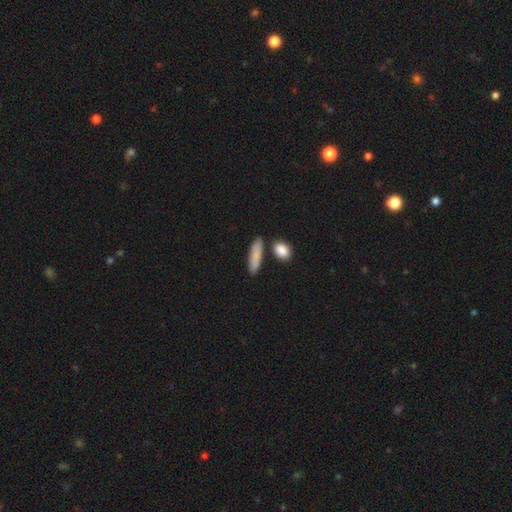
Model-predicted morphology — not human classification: This appears to be a smooth galaxy with no disk features (82%) that is cigar-shaped (60%). Merging: none (77%).